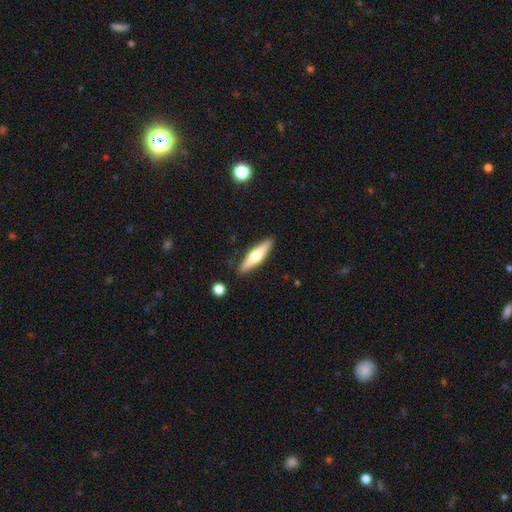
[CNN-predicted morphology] A featured or disk galaxy (54%) viewed edge-on (95%) with a rounded central bulge (93%). Merging: none (88%).